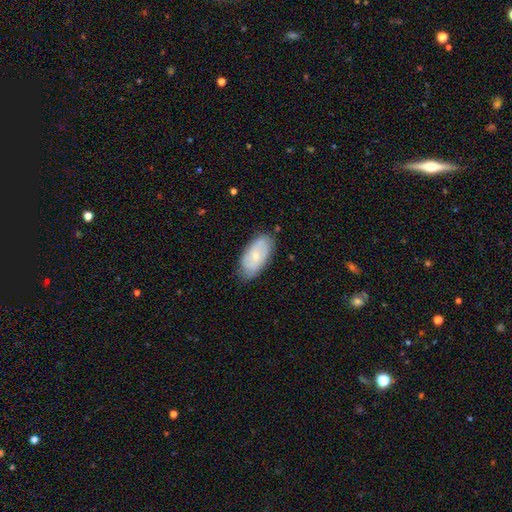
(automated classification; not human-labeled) Smooth or featured? smooth (55%)
How rounded? in between (93%)
Merging? none (75%)